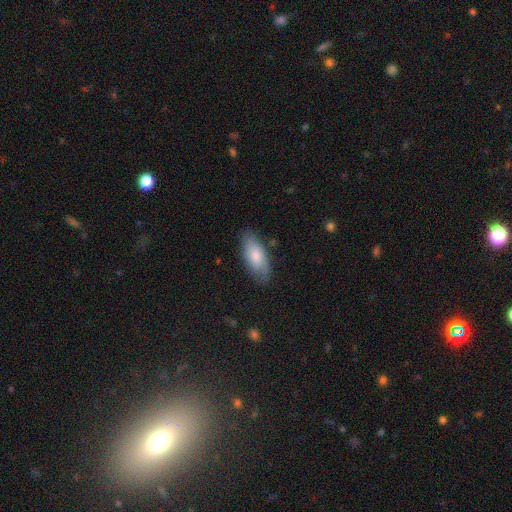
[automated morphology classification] Smooth or featured? smooth (73%)
How rounded? in between (85%)
Merging? none (76%)